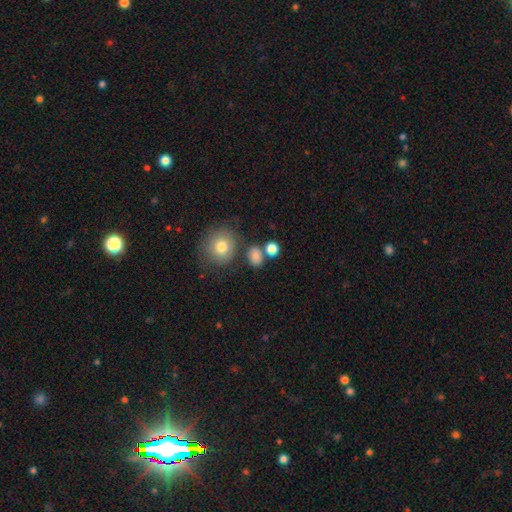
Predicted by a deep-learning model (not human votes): The model was most divided on "how rounded": round: 53%, in between: 46%, cigar-shaped: 1%. More confident: smooth or featured — smooth (82%); merging — none (69%).